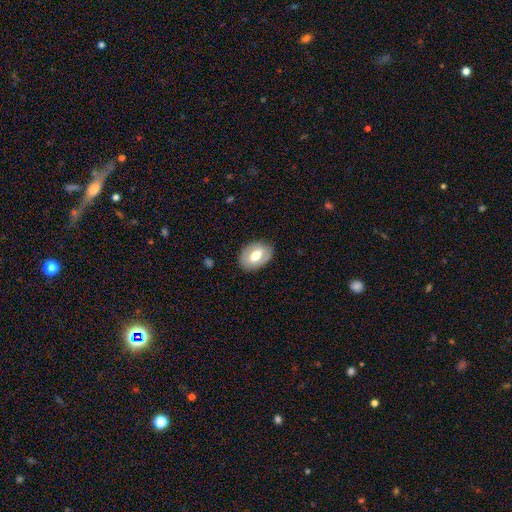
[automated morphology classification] A smooth galaxy with no disk features (59%) that is in between round and cigar-shaped (82%).

Vote fractions:
- Smooth or featured? smooth: 59% / featured or disk: 35% / star or artifact: 7%
- How rounded? in between: 82% / round: 17% / cigar-shaped: 1%
- Merging? none: 83% / minor disturbance: 12% / major disturbance: 4% / merger: 1%